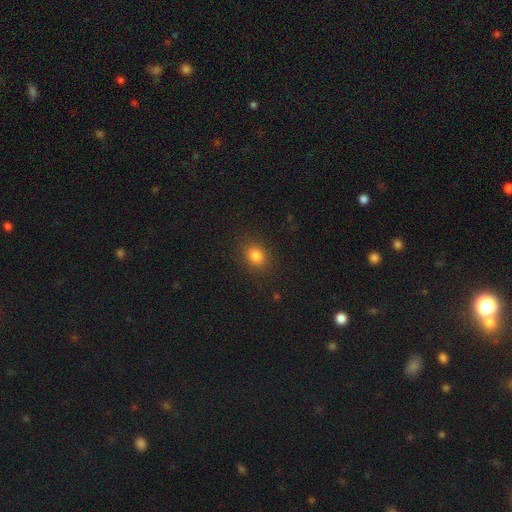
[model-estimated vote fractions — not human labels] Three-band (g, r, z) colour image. It shows a smooth galaxy with no disk features (82%) that is round (56%). Merging: none (87%).